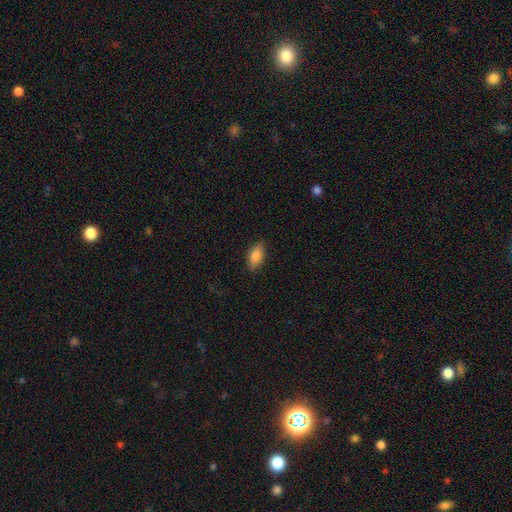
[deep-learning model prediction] smooth-or-featured: smooth: 83% | featured or disk: 10% | star or artifact: 7%
  how-rounded: in between: 87% | cigar-shaped: 10% | round: 3%
  merging: none: 85% | minor disturbance: 11% | major disturbance: 2% | merger: 1%